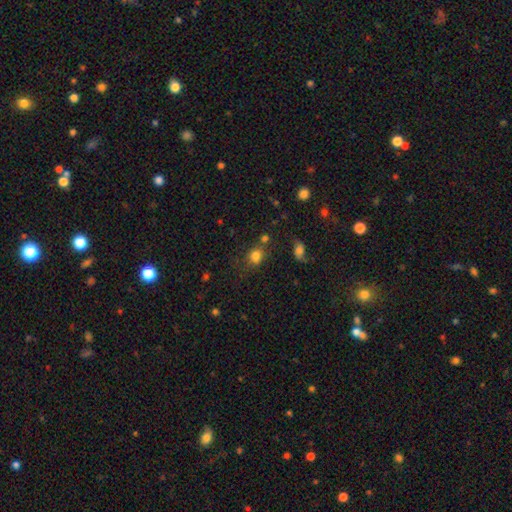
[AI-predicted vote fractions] This appears to be a smooth galaxy with no disk features (78%) that is round (65%). Merging: none (62%).